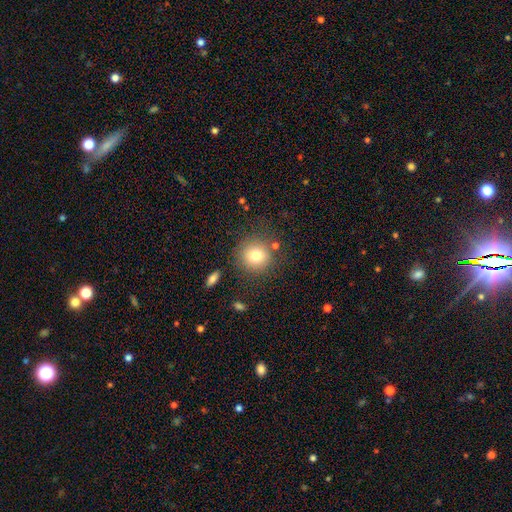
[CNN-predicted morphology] This appears to be a smooth galaxy with no disk features (79%) that is round (91%). Merging: none (80%).